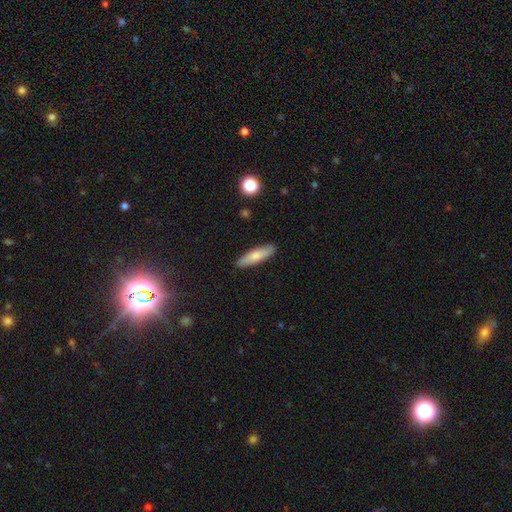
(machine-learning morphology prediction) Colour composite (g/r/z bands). It shows a smooth galaxy with no disk features (75%) that is cigar-shaped (67%). Merging: none (88%).